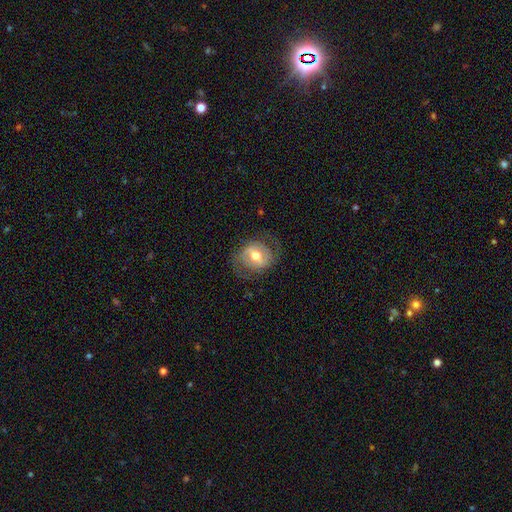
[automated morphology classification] A featured or disk galaxy (60%) with a weak bar (44%), spiral arms (70%) and a moderate central bulge (73%).

Vote fractions:
- Smooth or featured? featured or disk: 60% / smooth: 33% / star or artifact: 7%
- Edge-on disk? no: 95% / yes: 5%
- Bar? weak: 44% / strong: 31% / no: 25%
- Spiral arms? yes: 70% / no: 30%
- Bulge size? moderate: 73% / small: 16% / large: 9% / dominant: 1% / none: 1%
- Merging? none: 71% / minor disturbance: 17% / major disturbance: 12% / merger: 1%